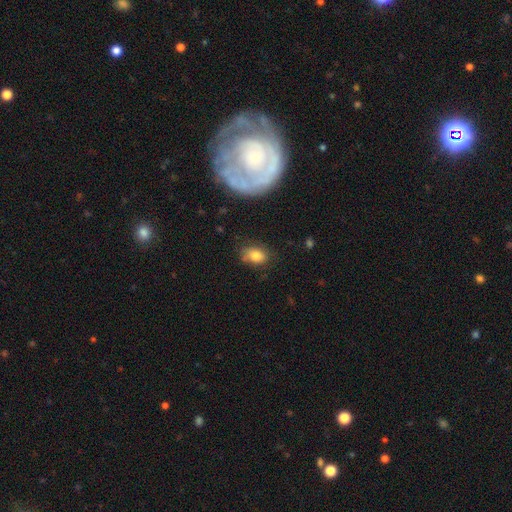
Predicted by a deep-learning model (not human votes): A smooth galaxy with no disk features (80%) that is in between round and cigar-shaped (78%). Merging: none (66%).